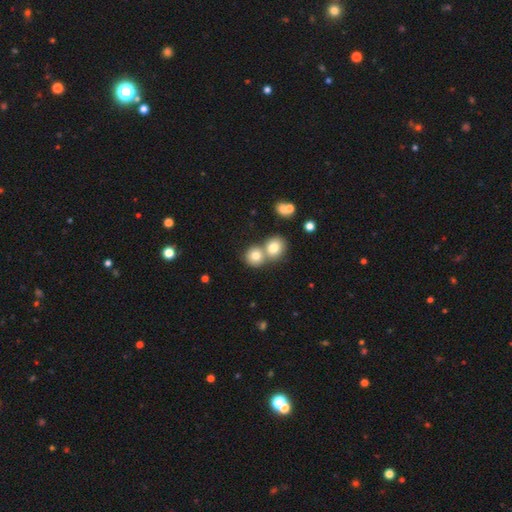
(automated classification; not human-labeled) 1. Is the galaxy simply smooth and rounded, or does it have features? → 77% smooth, 12% featured or disk, 11% star or artifact.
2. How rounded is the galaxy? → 83% round, 16% in between, 1% cigar-shaped.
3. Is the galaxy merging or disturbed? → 52% merger, 39% none, 6% minor disturbance, 3% major disturbance.